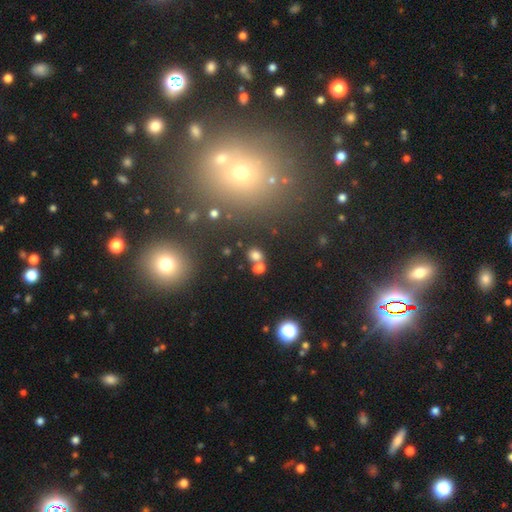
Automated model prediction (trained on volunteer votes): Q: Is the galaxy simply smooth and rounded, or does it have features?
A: smooth — 72%.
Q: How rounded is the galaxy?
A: round — 53%.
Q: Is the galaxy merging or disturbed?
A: none — 54%.